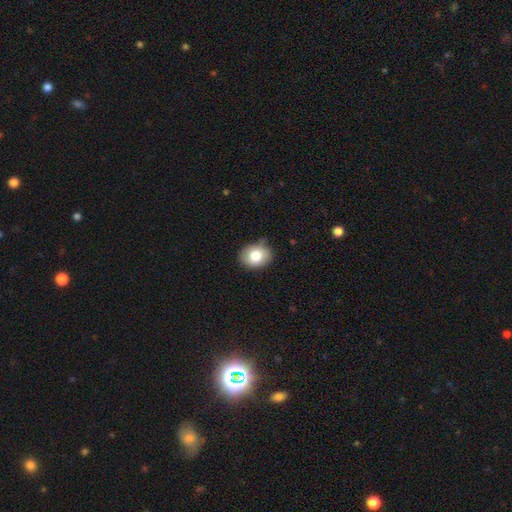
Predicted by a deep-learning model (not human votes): Morphology: type=smooth (80%); roundness=in between (55%); merging=none (77%).